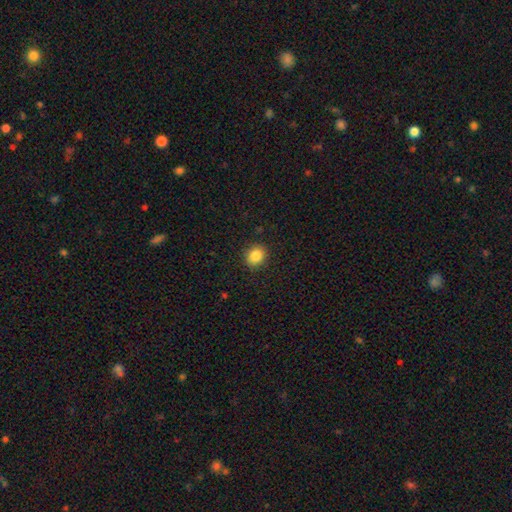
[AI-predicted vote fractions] Smooth or featured? Predicted: smooth (p=0.85). How rounded? Predicted: round (p=0.74). Merging? Predicted: none (p=0.90).